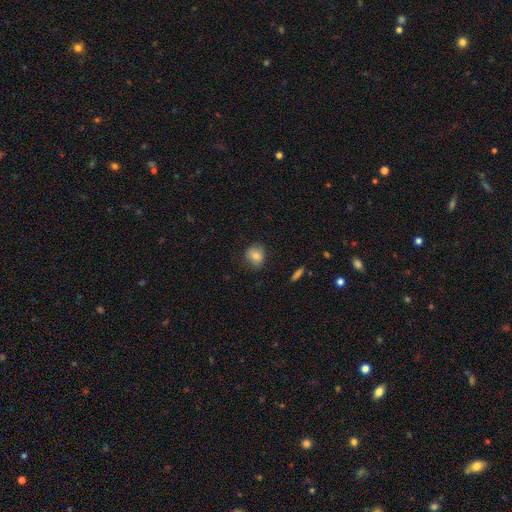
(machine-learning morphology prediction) This appears to be a smooth galaxy with no disk features (79%) that is round (71%). Merging: none (76%).